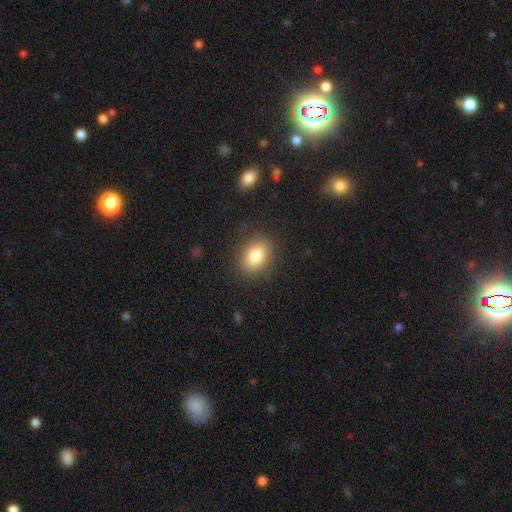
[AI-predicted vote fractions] This appears to be a smooth galaxy with no disk features (82%) that is in between round and cigar-shaped (64%). Merging: none (84%).